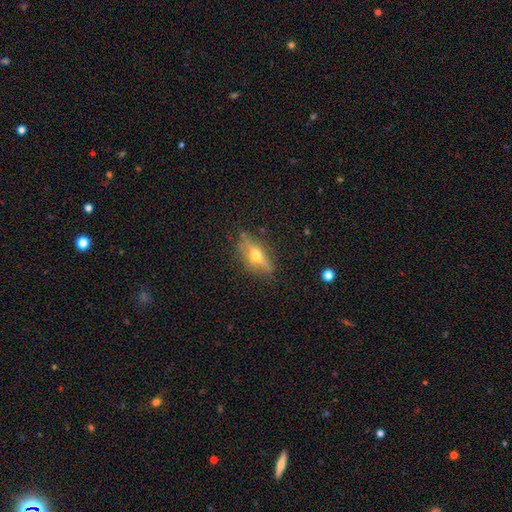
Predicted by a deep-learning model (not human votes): This appears to be a featured or disk galaxy (59%) viewed edge-on (87%) with a rounded central bulge (95%). Merging: none (81%).